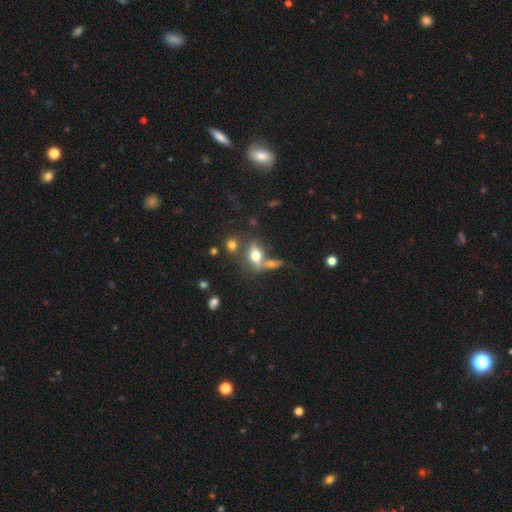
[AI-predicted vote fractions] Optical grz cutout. It shows a smooth galaxy with no disk features (68%) that is in between round and cigar-shaped (78%). Merging: none (44%).